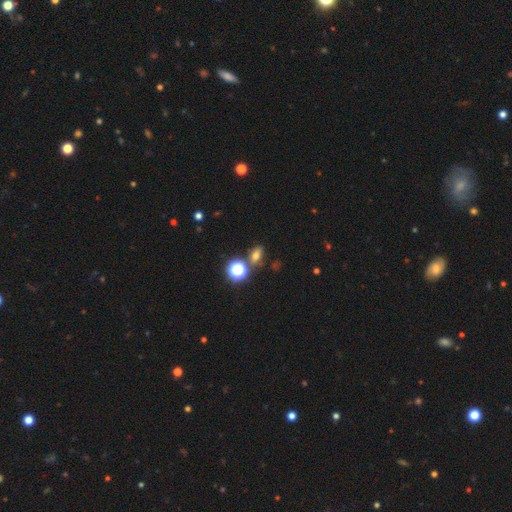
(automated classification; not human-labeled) The model was most divided on "smooth or featured": smooth: 60%, star or artifact: 27%, featured or disk: 13%. More confident: merging — none (77%); how rounded — in between (66%).